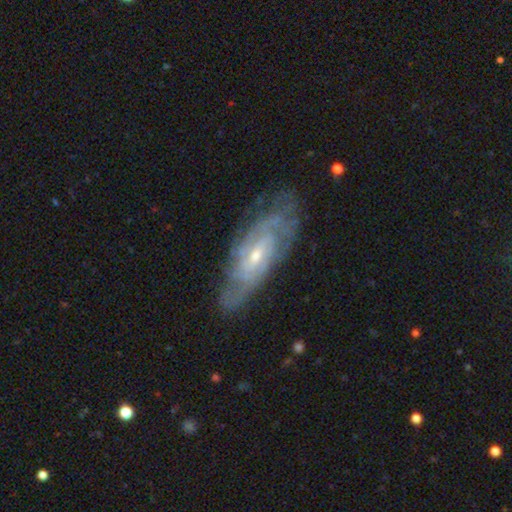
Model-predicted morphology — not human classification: A featured or disk galaxy (81%) with no bar (50%), tight (62%) spiral arms (90%) and a small central bulge (63%). Merging: none (73%).